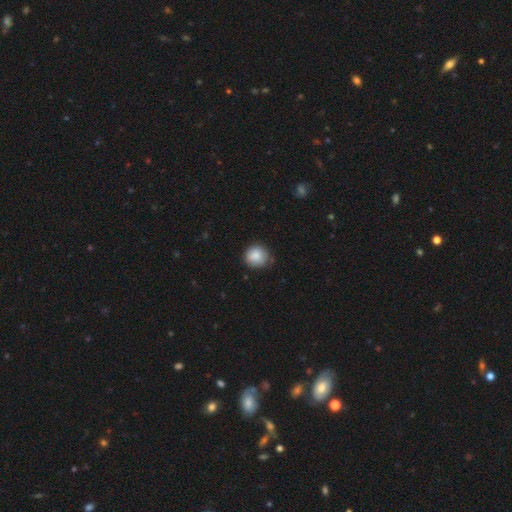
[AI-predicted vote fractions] Smooth or featured? Predicted: smooth (p=0.86). How rounded? Predicted: round (p=0.87). Merging? Predicted: none (p=0.75).